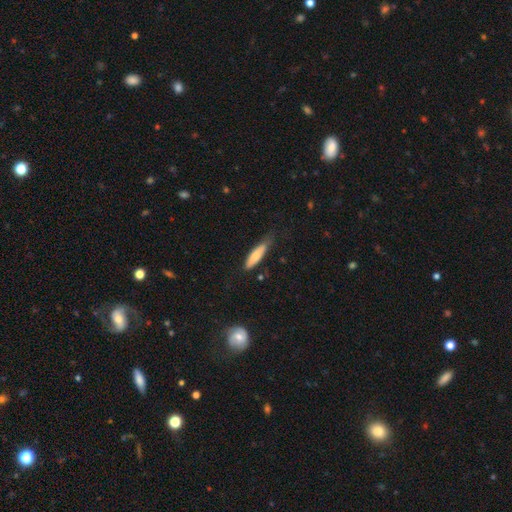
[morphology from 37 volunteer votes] This appears to be a smooth galaxy with no disk features (70%) that is cigar-shaped (65%). Merging: none (53%).